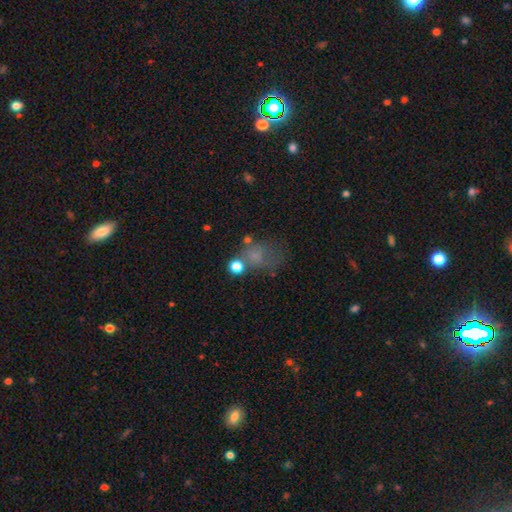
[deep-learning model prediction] A smooth galaxy with no disk features (56%) that is in between round and cigar-shaped (55%).

Vote fractions:
- Smooth or featured? smooth: 56% / star or artifact: 24% / featured or disk: 20%
- How rounded? in between: 55% / round: 43% / cigar-shaped: 2%
- Merging? none: 40% / major disturbance: 26% / minor disturbance: 21% / merger: 12%